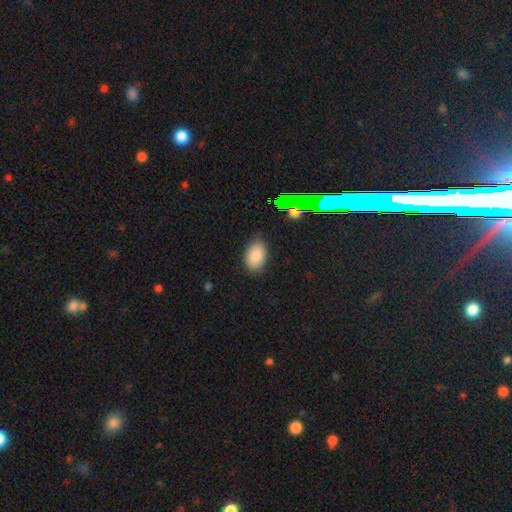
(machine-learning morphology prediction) A smooth galaxy with no disk features (81%) that is in between round and cigar-shaped (87%). Merging: none (81%).